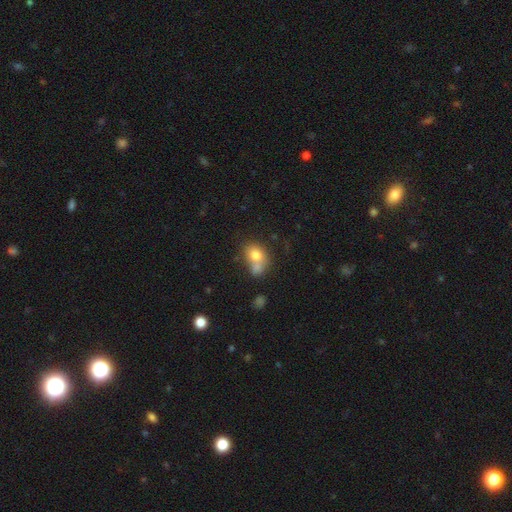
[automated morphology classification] Smooth or featured? Predicted: smooth (p=0.75). How rounded? Predicted: in between (p=0.56). Merging? Predicted: merger (p=0.43).